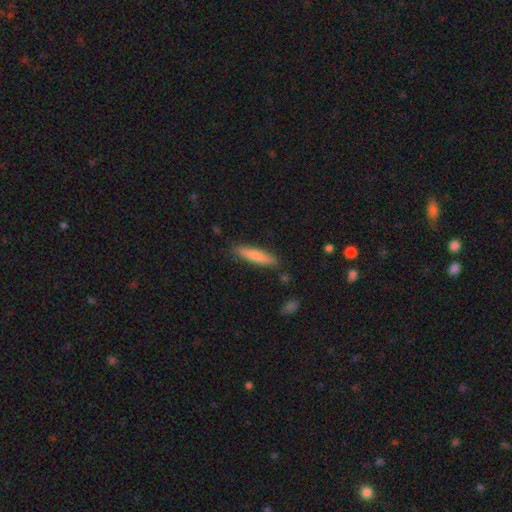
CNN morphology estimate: A smooth galaxy with no disk features (78%) that is cigar-shaped (85%). Merging: none (86%).